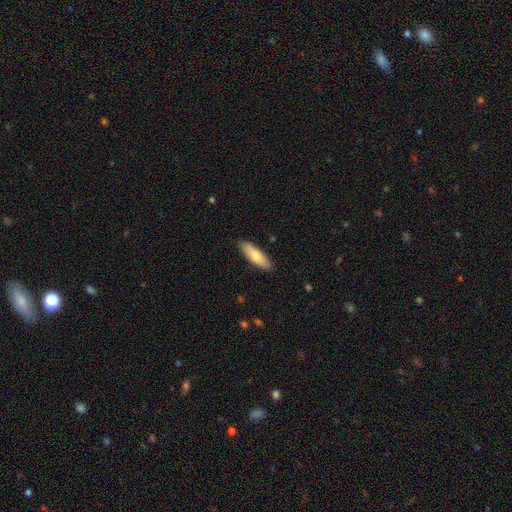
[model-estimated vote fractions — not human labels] Smooth or featured? smooth (75%)
How rounded? in between (55%)
Merging? none (88%)